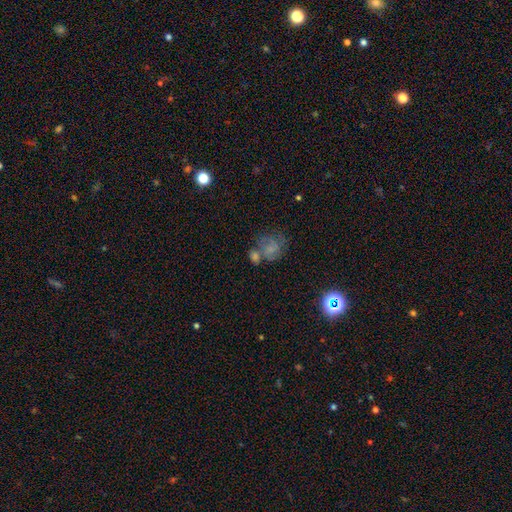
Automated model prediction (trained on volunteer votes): featured or disk 41%, smooth 38%, star or artifact 21%. Down the decision tree: merging — none (44%).